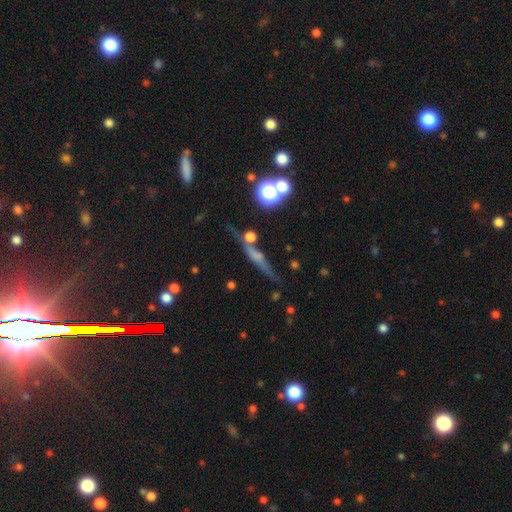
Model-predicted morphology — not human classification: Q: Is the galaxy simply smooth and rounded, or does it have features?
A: featured or disk — 43%.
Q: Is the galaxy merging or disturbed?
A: none — 67%.